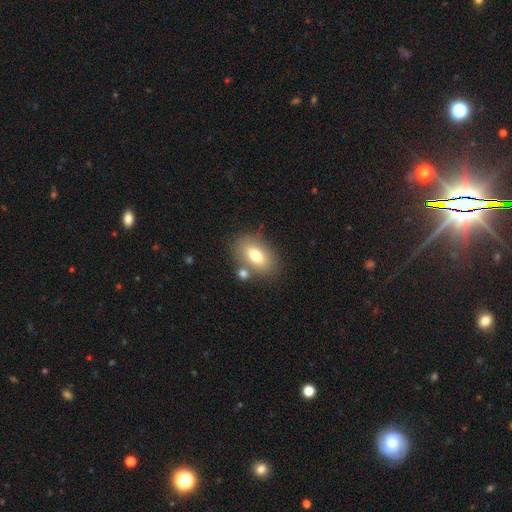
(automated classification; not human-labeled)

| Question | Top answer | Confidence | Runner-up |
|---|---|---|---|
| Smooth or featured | smooth | 74% | featured or disk (17%) |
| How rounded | in between | 87% | round (11%) |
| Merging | none | 69% | merger (14%) |